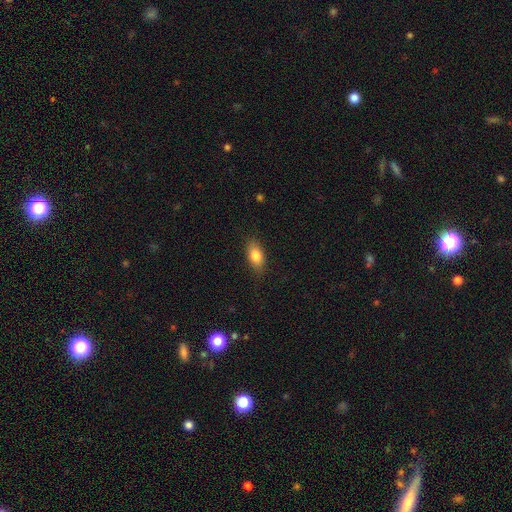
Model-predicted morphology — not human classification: Smooth or featured? Predicted: smooth (p=0.83). How rounded? Predicted: in between (p=0.87). Merging? Predicted: none (p=0.84).